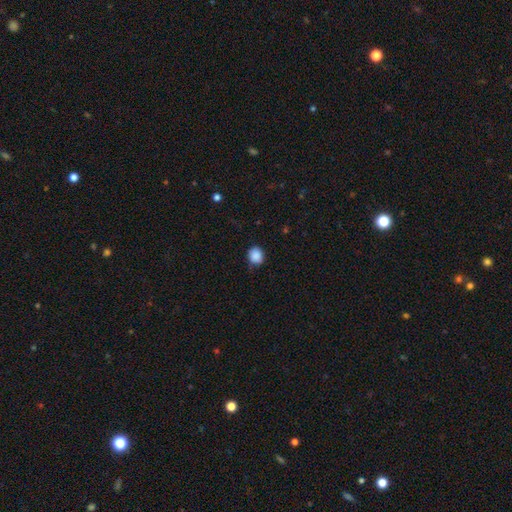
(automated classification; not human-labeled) Smooth or featured? smooth (88%)
How rounded? round (72%)
Merging? none (79%)